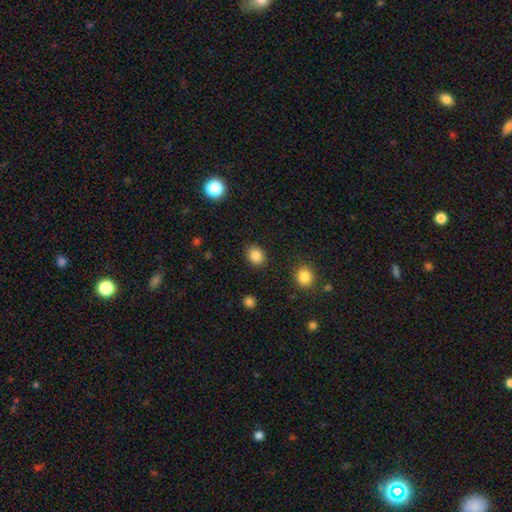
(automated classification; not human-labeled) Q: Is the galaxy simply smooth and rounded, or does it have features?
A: smooth — 86%.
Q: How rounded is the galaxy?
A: round — 57%.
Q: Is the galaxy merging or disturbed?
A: none — 87%.